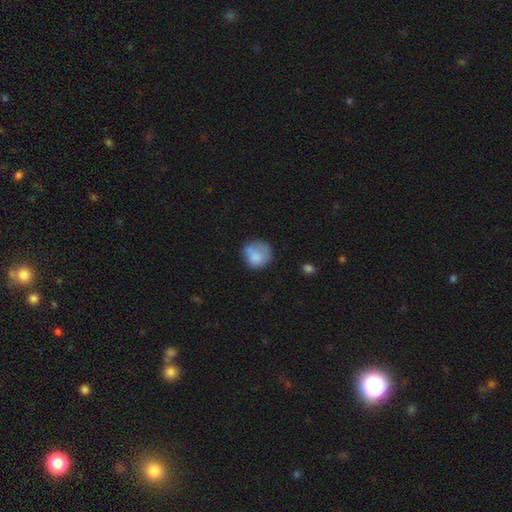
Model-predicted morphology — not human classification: Smooth or featured: smooth — 75% (featured or disk — 16%)
How rounded: round — 83% (in between — 16%)
Merging: none — 52% (minor disturbance — 26%)